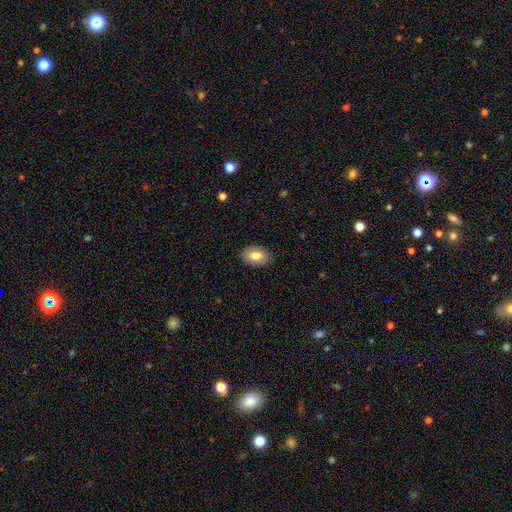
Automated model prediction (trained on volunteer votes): Smooth or featured? Predicted: smooth (p=0.74). How rounded? Predicted: in between (p=0.91). Merging? Predicted: none (p=0.85).